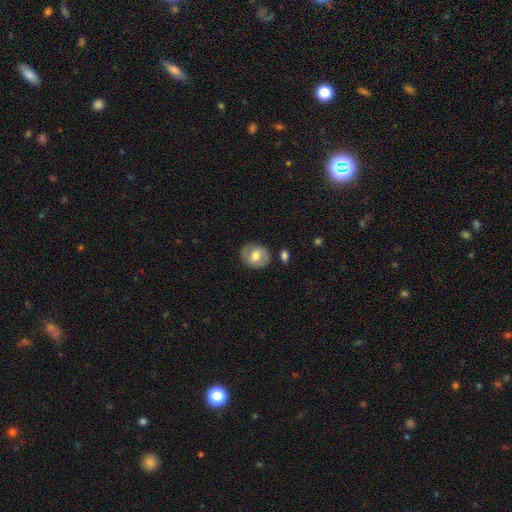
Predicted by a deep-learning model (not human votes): smooth-or-featured: smooth: 51% | featured or disk: 42% | star or artifact: 7%
  how-rounded: round: 62% | in between: 37% | cigar-shaped: 1%
  merging: none: 76% | minor disturbance: 16% | major disturbance: 5% | merger: 4%